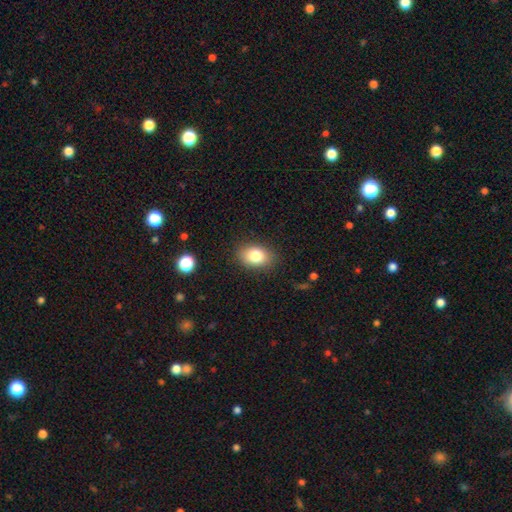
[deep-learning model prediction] The model was most divided on "how rounded": in between: 80%, round: 19%, cigar-shaped: 1%. More confident: merging — none (85%); smooth or featured — smooth (81%).